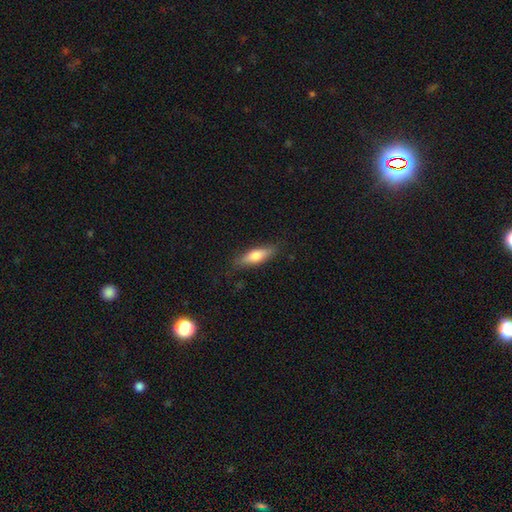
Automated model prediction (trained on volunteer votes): A smooth galaxy with no disk features (67%) that is cigar-shaped (51%). Merging: none (83%).